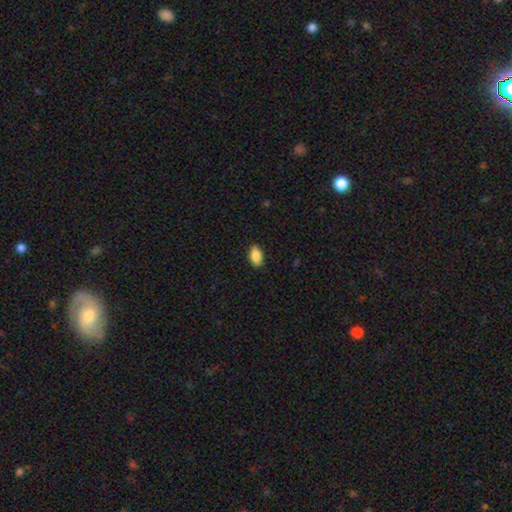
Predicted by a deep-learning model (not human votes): smooth 87%, star or artifact 7%, featured or disk 6%. Down the decision tree: how rounded — in between (93%); merging — none (89%).